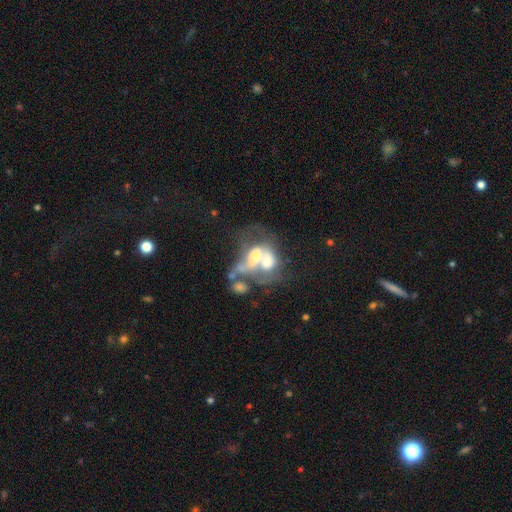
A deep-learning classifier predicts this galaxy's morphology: smooth_or_featured: featured or disk (p=0.55) [alt: smooth p=0.33]
disk_edge_on: no (p=0.96) [alt: yes p=0.04]
bar: no (p=0.80) [alt: weak p=0.14]
has_spiral_arms: no (p=0.79) [alt: yes p=0.21]
bulge_size: moderate (p=0.41) [alt: large p=0.23]
merging: merger (p=0.67) [alt: major disturbance p=0.19]